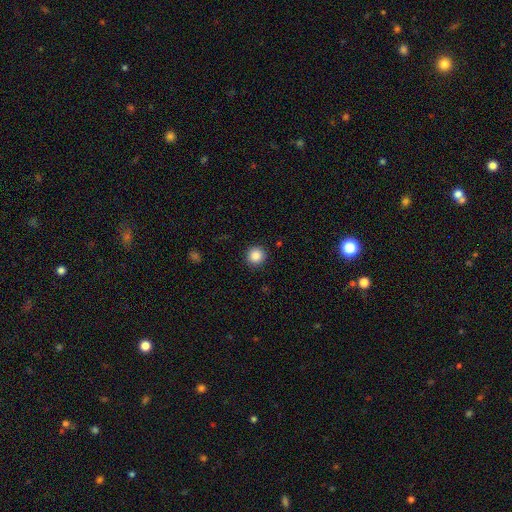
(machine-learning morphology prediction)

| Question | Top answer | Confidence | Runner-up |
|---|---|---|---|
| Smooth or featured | smooth | 87% | star or artifact (10%) |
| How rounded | round | 94% | in between (5%) |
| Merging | none | 91% | minor disturbance (6%) |